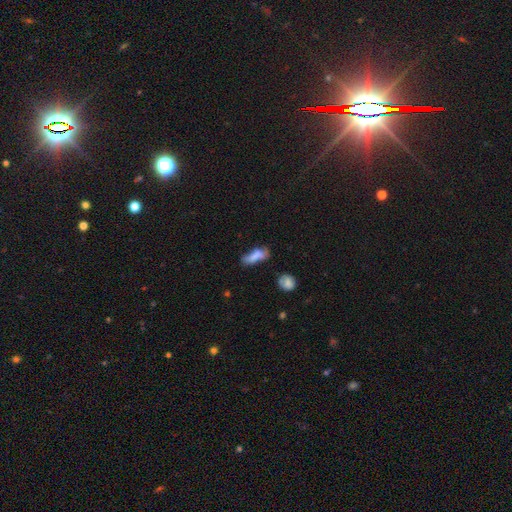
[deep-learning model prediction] smooth_or_featured: smooth (p=0.69) [alt: featured or disk p=0.20]
how_rounded: in between (p=0.65) [alt: cigar-shaped p=0.31]
merging: none (p=0.39) [alt: minor disturbance p=0.29]